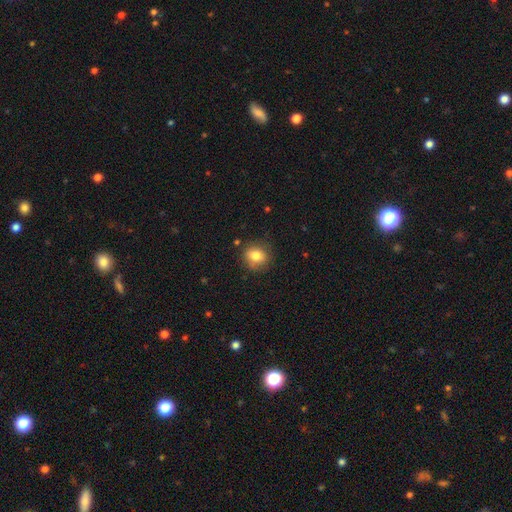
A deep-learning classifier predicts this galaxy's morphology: type=smooth (80%); roundness=round (74%); merging=none (80%).